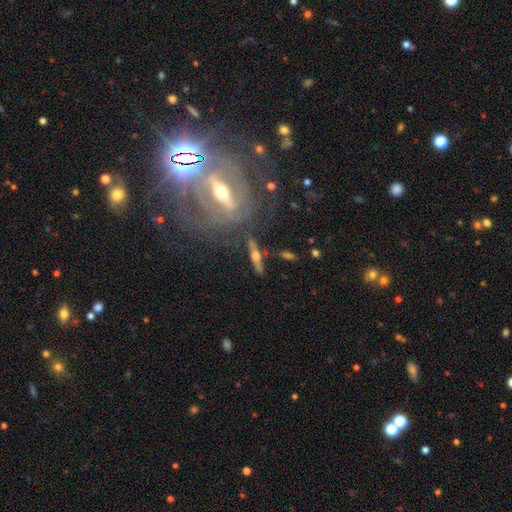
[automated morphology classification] A featured or disk galaxy (71%) viewed edge-on (83%) with a rounded central bulge (92%). Merging: none (69%).